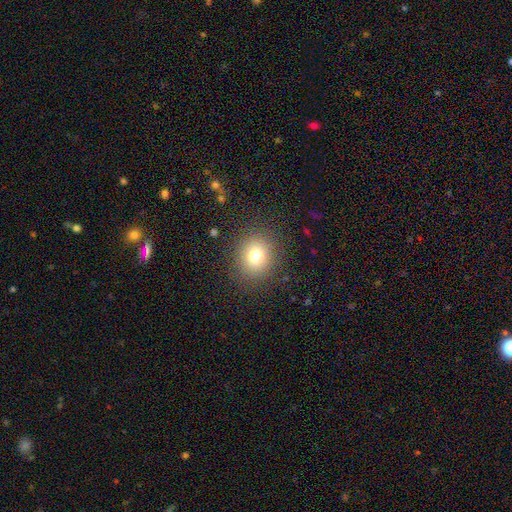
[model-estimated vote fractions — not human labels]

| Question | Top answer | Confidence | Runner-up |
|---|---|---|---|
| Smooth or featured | smooth | 77% | star or artifact (13%) |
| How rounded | round | 79% | in between (20%) |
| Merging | none | 88% | minor disturbance (8%) |